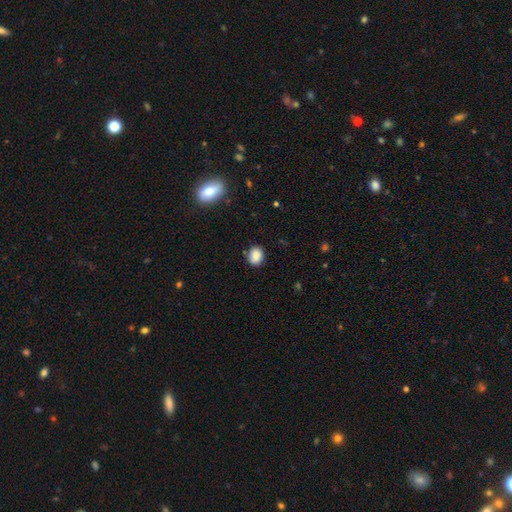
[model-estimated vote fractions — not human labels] Overall: smooth (86%). How rounded: round (51%; in between 48%). Merging: none (79%).